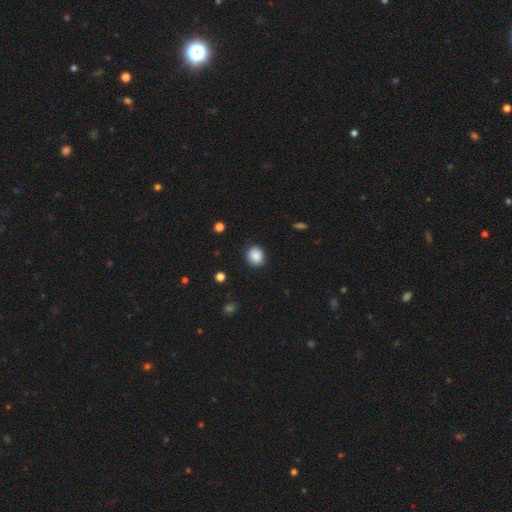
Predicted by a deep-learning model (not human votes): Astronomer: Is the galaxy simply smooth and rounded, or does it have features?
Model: smooth — 88%.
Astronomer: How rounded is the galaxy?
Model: round — 74%.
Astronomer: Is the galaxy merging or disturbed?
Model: none — 87%.